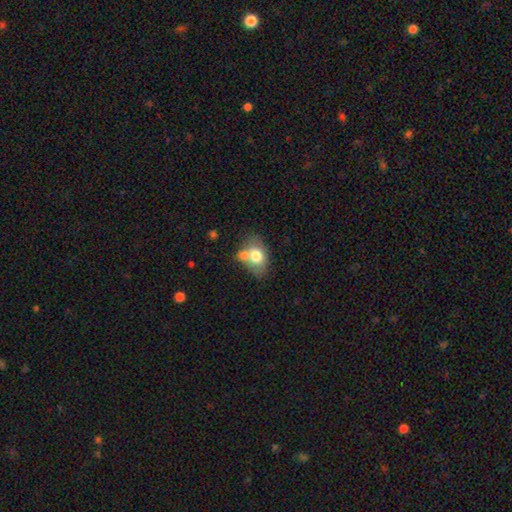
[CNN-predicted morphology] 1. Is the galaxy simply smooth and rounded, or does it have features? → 71% smooth, 21% featured or disk, 8% star or artifact.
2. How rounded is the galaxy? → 77% in between, 22% round, 1% cigar-shaped.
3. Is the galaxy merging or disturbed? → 42% none, 34% merger, 17% minor disturbance, 6% major disturbance.